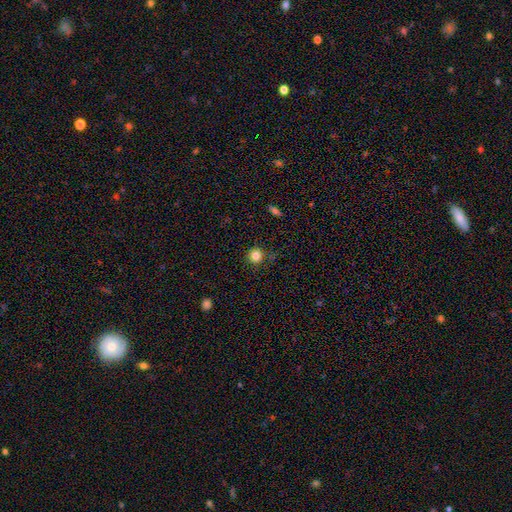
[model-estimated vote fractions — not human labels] smooth 83%, star or artifact 12%, featured or disk 5%. Down the decision tree: how rounded — round (92%); merging — none (83%).